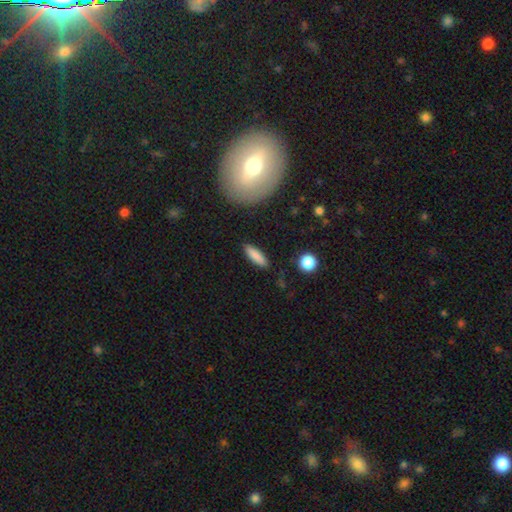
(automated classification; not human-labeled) A smooth galaxy with no disk features (84%) that is cigar-shaped (61%).

Vote fractions:
- Smooth or featured? smooth: 84% / featured or disk: 9% / star or artifact: 7%
- How rounded? cigar-shaped: 61% / in between: 36% / round: 2%
- Merging? none: 87% / minor disturbance: 9% / major disturbance: 2% / merger: 2%